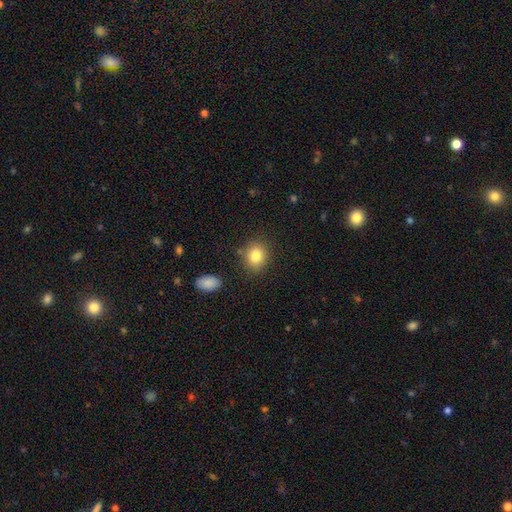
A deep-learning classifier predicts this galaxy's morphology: type=smooth (83%); roundness=round (68%); merging=none (83%).